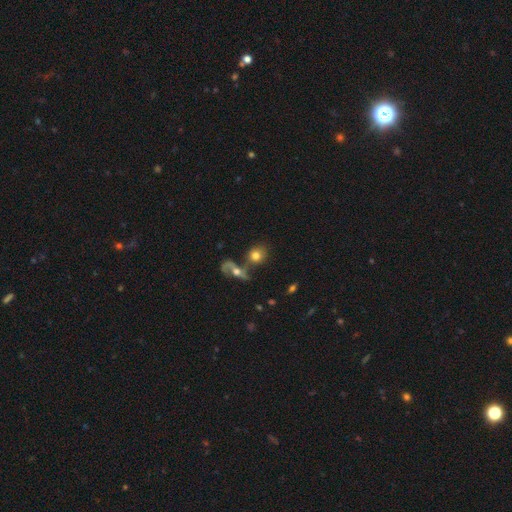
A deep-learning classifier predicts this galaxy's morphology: Q: Smooth or featured?
A: smooth (69%); runner-up: featured or disk (21%)
Q: How rounded?
A: round (74%); runner-up: in between (24%)
Q: Merging?
A: none (46%); runner-up: merger (35%)